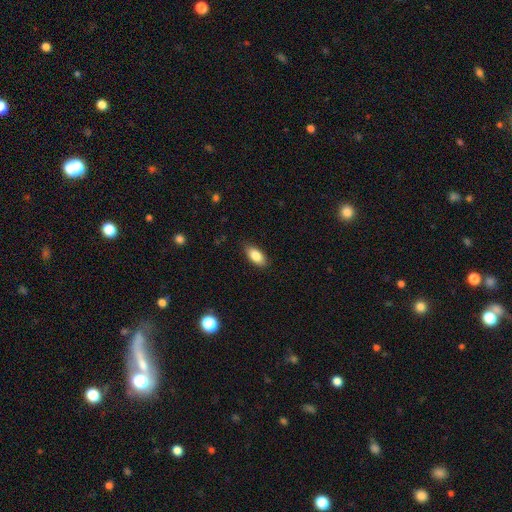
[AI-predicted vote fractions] Smooth or featured? Predicted: smooth (p=0.85). How rounded? Predicted: in between (p=0.90). Merging? Predicted: none (p=0.86).